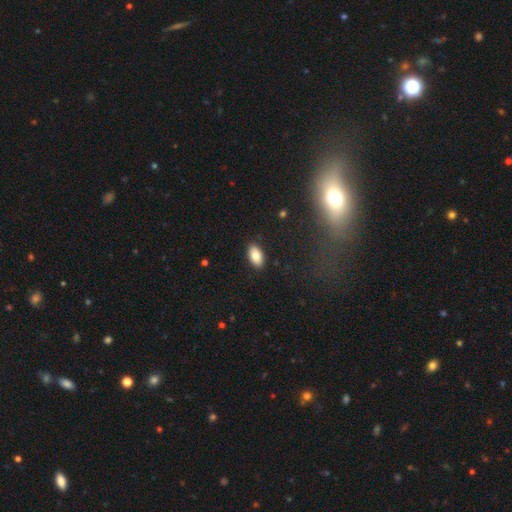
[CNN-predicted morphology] smooth_or_featured: smooth (p=0.81) [alt: featured or disk p=0.11]
how_rounded: in between (p=0.94) [alt: round p=0.04]
merging: none (p=0.89) [alt: minor disturbance p=0.08]